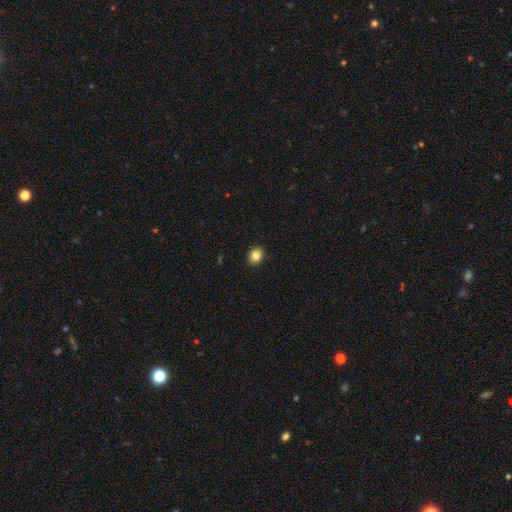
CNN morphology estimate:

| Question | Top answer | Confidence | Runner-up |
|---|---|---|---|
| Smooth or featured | smooth | 83% | star or artifact (10%) |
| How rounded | round | 52% | in between (47%) |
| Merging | none | 90% | minor disturbance (7%) |